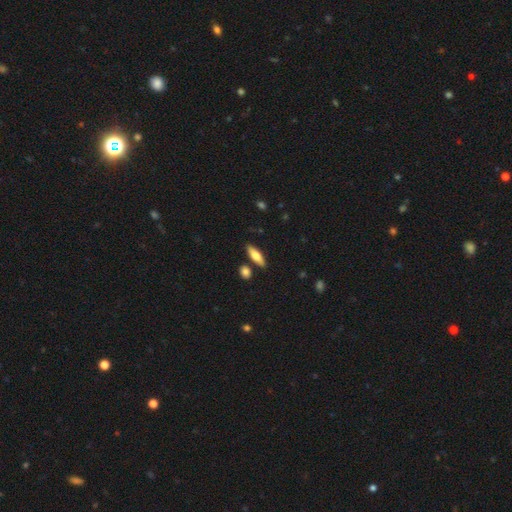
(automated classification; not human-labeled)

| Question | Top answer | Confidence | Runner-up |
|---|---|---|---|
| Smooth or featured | smooth | 69% | featured or disk (25%) |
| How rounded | in between | 53% | cigar-shaped (44%) |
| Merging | none | 83% | minor disturbance (10%) |